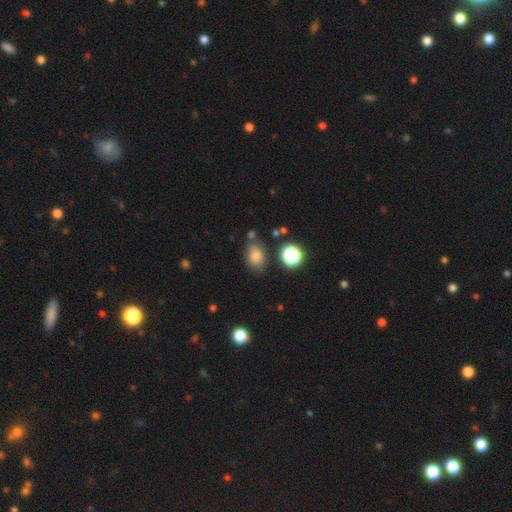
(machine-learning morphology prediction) Smooth or featured?
  - smooth: 78% *
  - star or artifact: 15%
  - featured or disk: 8%
How rounded?
  - in between: 70% *
  - round: 28%
  - cigar-shaped: 1%
Merging?
  - none: 70% *
  - minor disturbance: 18%
  - merger: 7%
  - major disturbance: 5%